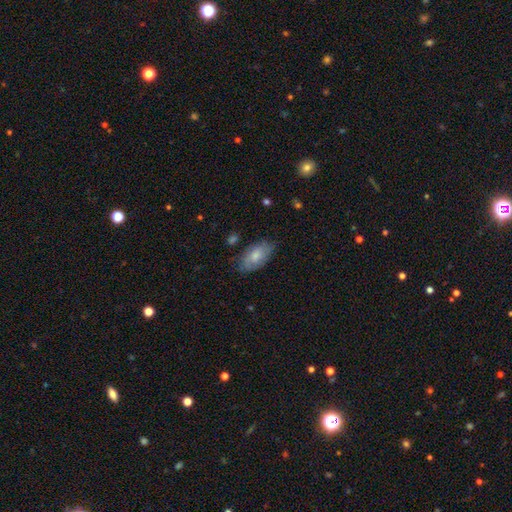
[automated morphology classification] smooth-or-featured: smooth: 69% | featured or disk: 25% | star or artifact: 6%
  how-rounded: in between: 93% | round: 4% | cigar-shaped: 3%
  merging: none: 70% | minor disturbance: 23% | major disturbance: 5% | merger: 2%